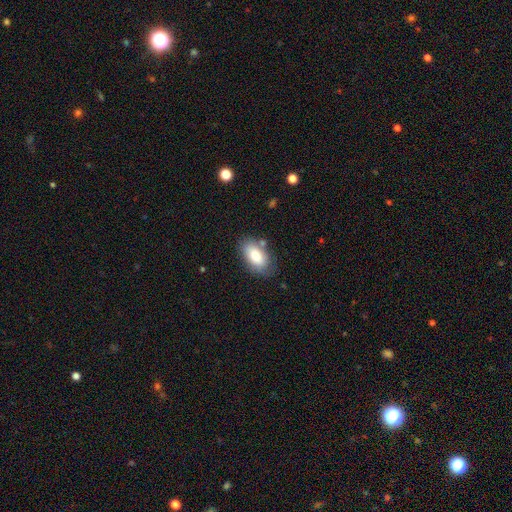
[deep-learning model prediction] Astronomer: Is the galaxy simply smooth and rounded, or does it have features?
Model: smooth — 79%.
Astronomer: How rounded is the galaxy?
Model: in between — 93%.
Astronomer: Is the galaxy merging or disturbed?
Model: none — 74%.